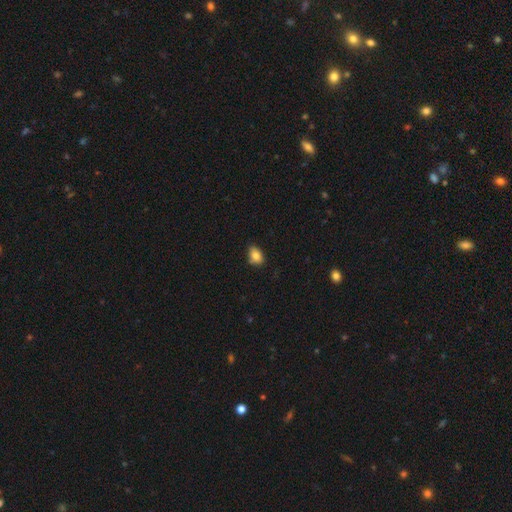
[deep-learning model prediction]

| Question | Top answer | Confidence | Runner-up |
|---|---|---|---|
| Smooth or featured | smooth | 83% | star or artifact (9%) |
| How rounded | in between | 77% | round (22%) |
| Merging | none | 78% | minor disturbance (18%) |